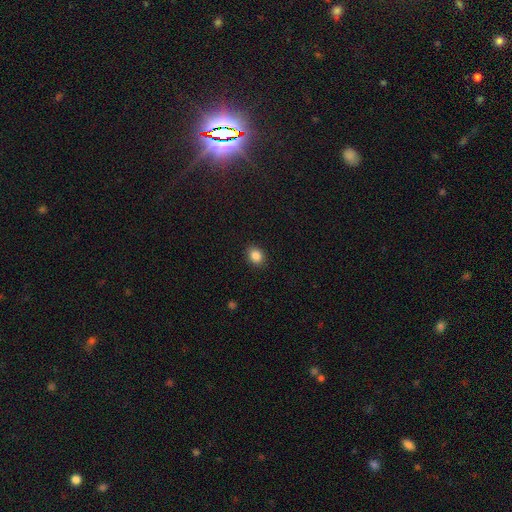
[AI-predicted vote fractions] Smooth or featured?
  - smooth: 86% *
  - star or artifact: 10%
  - featured or disk: 4%
How rounded?
  - in between: 51% *
  - round: 48%
  - cigar-shaped: 1%
Merging?
  - none: 90% *
  - minor disturbance: 7%
  - major disturbance: 2%
  - merger: 1%